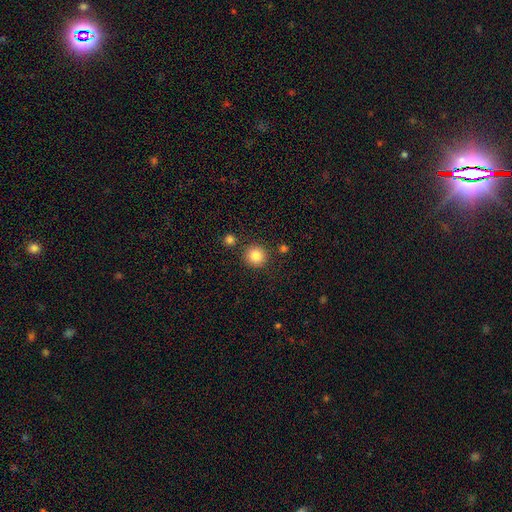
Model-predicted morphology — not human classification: type=smooth (84%); roundness=round (94%); merging=none (87%).